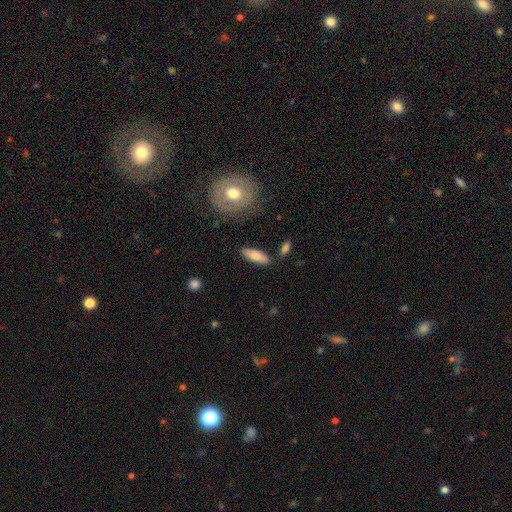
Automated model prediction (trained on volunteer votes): smooth_or_featured: smooth (p=0.77) [alt: featured or disk p=0.17]
how_rounded: in between (p=0.60) [alt: cigar-shaped p=0.38]
merging: none (p=0.83) [alt: minor disturbance p=0.10]